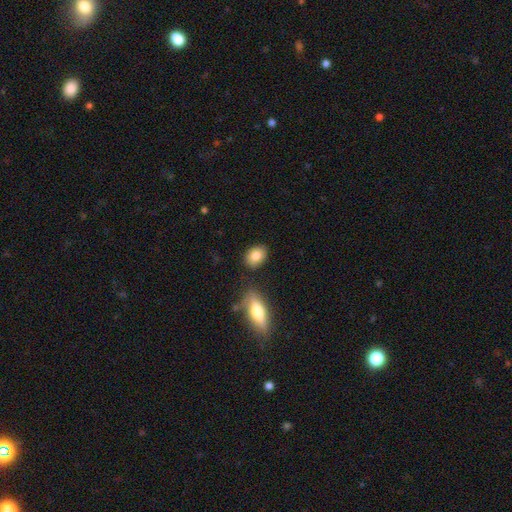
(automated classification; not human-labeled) Smooth or featured? smooth (84%)
How rounded? in between (66%)
Merging? none (81%)